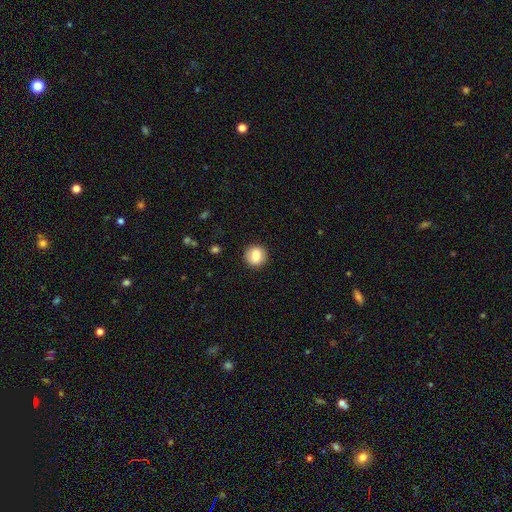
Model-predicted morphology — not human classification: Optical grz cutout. It shows a smooth galaxy with no disk features (83%) that is round (90%). Merging: none (91%).